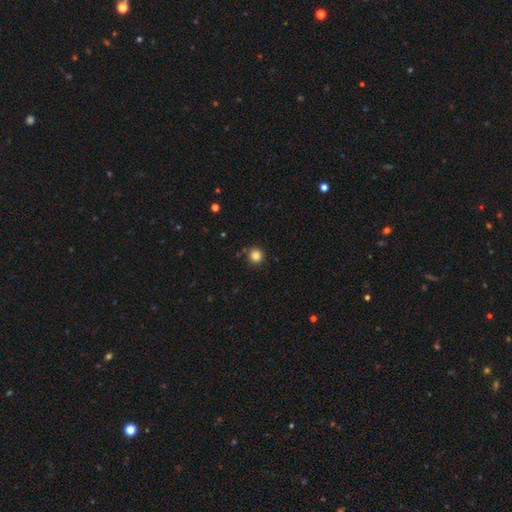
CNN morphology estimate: Smooth or featured? smooth (84%)
How rounded? round (94%)
Merging? none (88%)